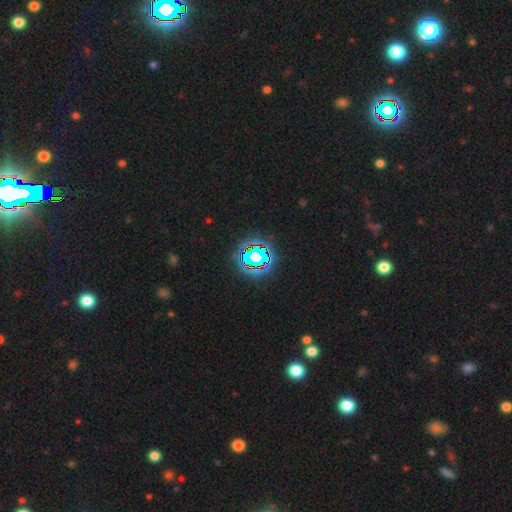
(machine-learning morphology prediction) Smooth or featured: star or artifact — 81% (smooth — 11%)